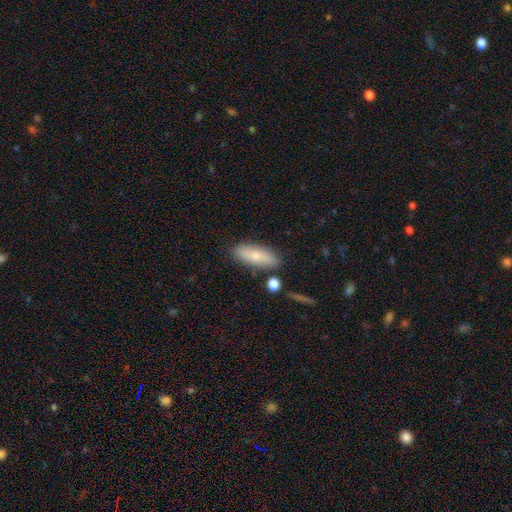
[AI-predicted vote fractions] Smooth or featured?
  - smooth: 71% *
  - featured or disk: 22%
  - star or artifact: 7%
How rounded?
  - in between: 65% *
  - cigar-shaped: 32%
  - round: 3%
Merging?
  - none: 82% *
  - minor disturbance: 12%
  - merger: 4%
  - major disturbance: 3%